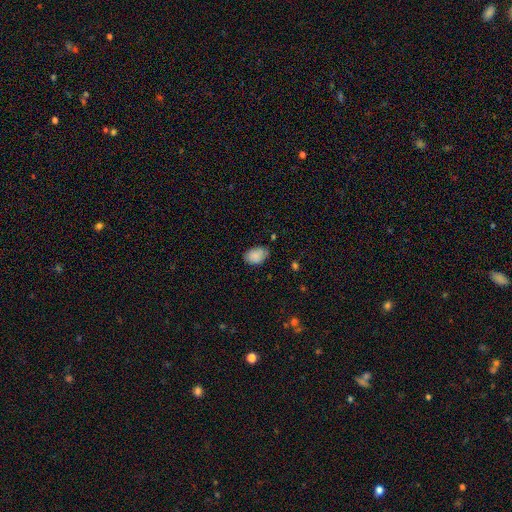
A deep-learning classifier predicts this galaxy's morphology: Smooth or featured? smooth (84%)
How rounded? in between (79%)
Merging? none (64%)